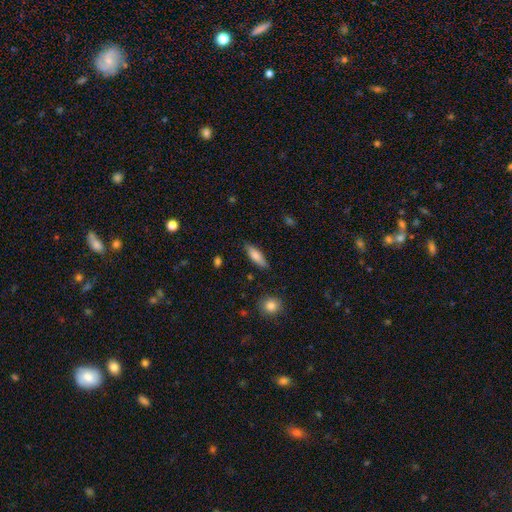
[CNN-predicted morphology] Overall: smooth (76%). How rounded: cigar-shaped (54%; in between 44%). Merging: none (82%).